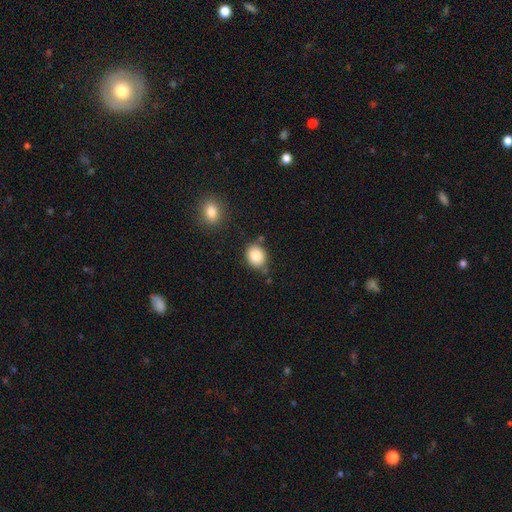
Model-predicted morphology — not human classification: A smooth galaxy with no disk features (84%) that is round (62%).

Vote fractions:
- Smooth or featured? smooth: 84% / star or artifact: 9% / featured or disk: 7%
- How rounded? round: 62% / in between: 37% / cigar-shaped: 1%
- Merging? none: 74% / minor disturbance: 15% / merger: 7% / major disturbance: 3%